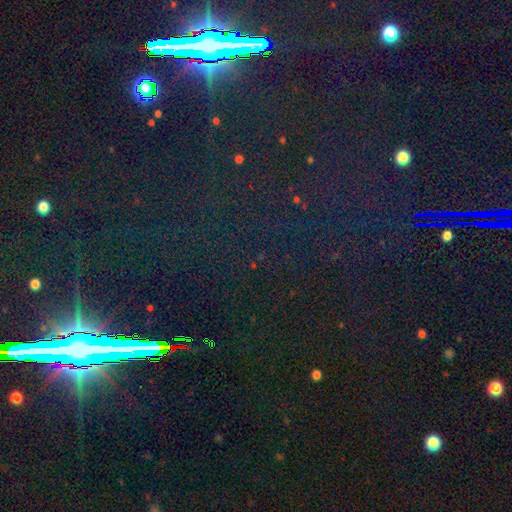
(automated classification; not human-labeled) Smooth or featured: star or artifact — 81% (smooth — 11%)